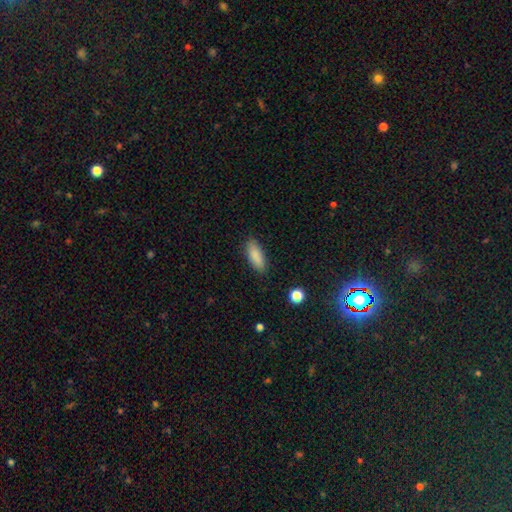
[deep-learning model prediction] Morphology: type=smooth (88%); roundness=in between (71%); merging=none (86%).